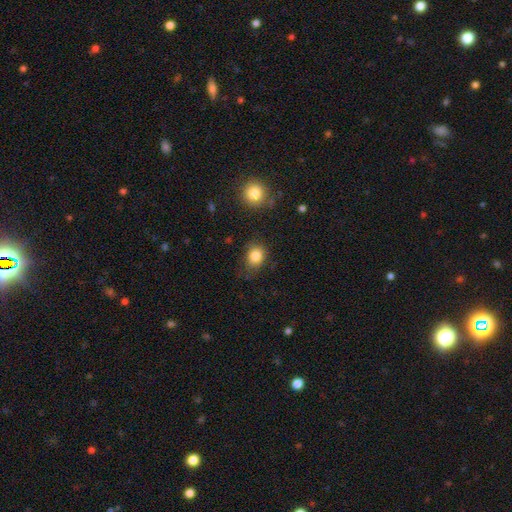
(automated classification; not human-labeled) Smooth or featured? smooth (83%)
How rounded? round (56%)
Merging? none (70%)